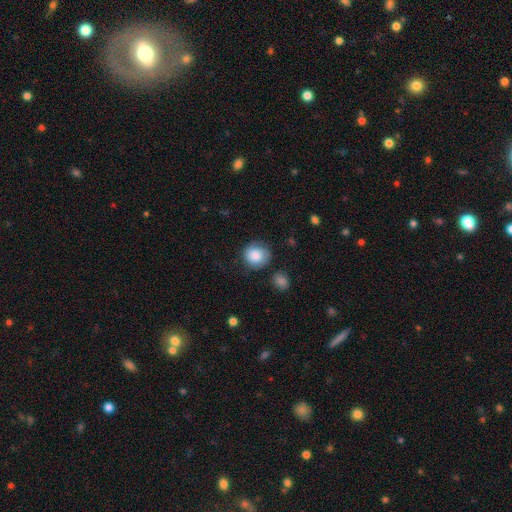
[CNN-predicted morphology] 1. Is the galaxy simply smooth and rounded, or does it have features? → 85% smooth, 8% featured or disk, 7% star or artifact.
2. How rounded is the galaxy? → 87% round, 12% in between, 1% cigar-shaped.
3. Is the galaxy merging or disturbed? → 73% none, 18% minor disturbance, 5% major disturbance, 3% merger.